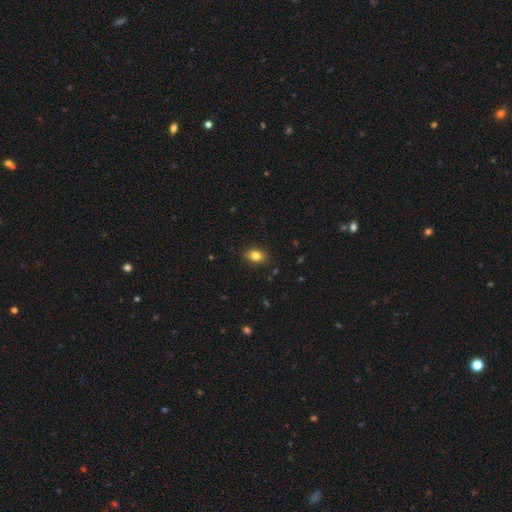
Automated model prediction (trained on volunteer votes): This is clearly a smooth galaxy (84%). How rounded: likely in between (76%). Merging: clearly none (88%).